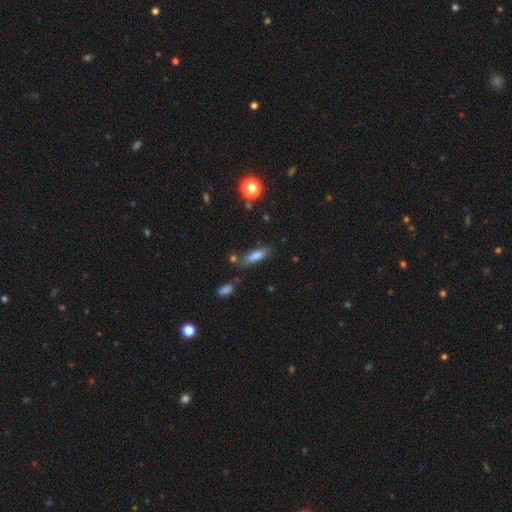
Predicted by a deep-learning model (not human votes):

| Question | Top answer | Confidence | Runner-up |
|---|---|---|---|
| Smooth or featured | smooth | 76% | featured or disk (14%) |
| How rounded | cigar-shaped | 57% | in between (40%) |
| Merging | none | 72% | minor disturbance (16%) |